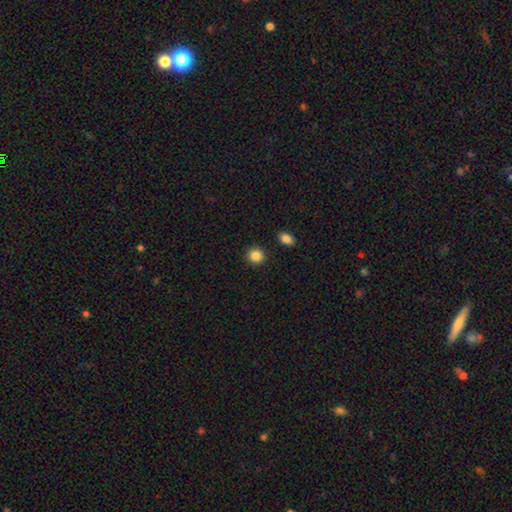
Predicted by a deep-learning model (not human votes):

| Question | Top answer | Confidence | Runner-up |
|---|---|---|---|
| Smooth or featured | smooth | 87% | star or artifact (9%) |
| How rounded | round | 88% | in between (11%) |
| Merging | none | 91% | minor disturbance (5%) |